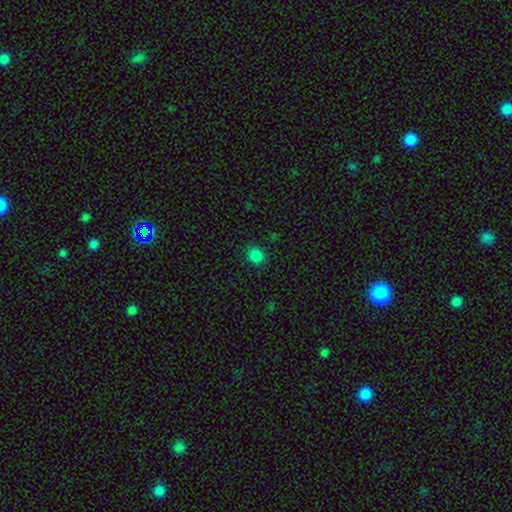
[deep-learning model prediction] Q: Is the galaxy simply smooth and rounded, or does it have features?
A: smooth — 84%.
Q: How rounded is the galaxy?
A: round — 82%.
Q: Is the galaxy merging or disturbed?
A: none — 89%.